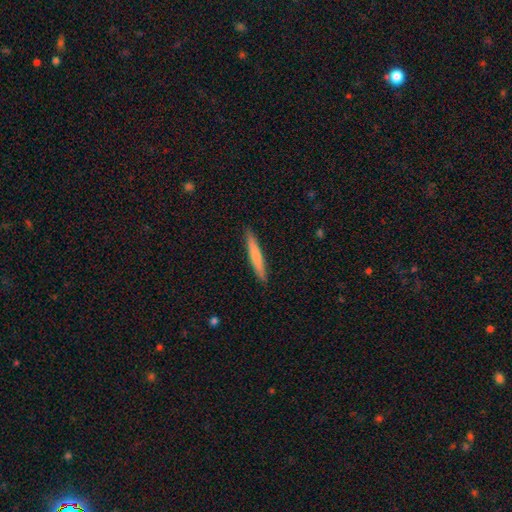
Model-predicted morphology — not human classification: This is likely a smooth galaxy (70%). How rounded: clearly cigar-shaped (95%). Merging: clearly none (91%).